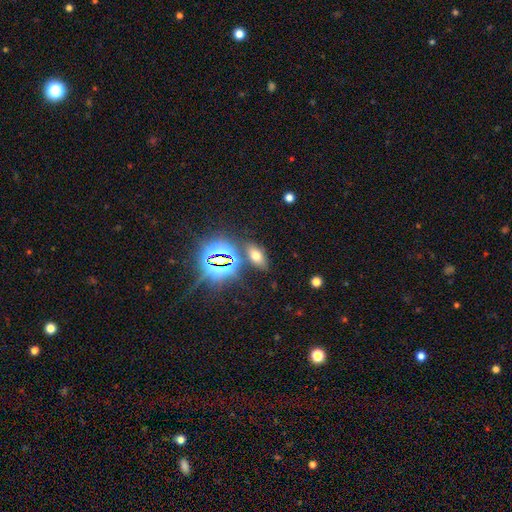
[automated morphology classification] Smooth or featured?
  - smooth: 52% *
  - star or artifact: 36%
  - featured or disk: 12%
How rounded?
  - in between: 85% *
  - round: 9%
  - cigar-shaped: 6%
Merging?
  - none: 79% *
  - minor disturbance: 10%
  - merger: 7%
  - major disturbance: 4%